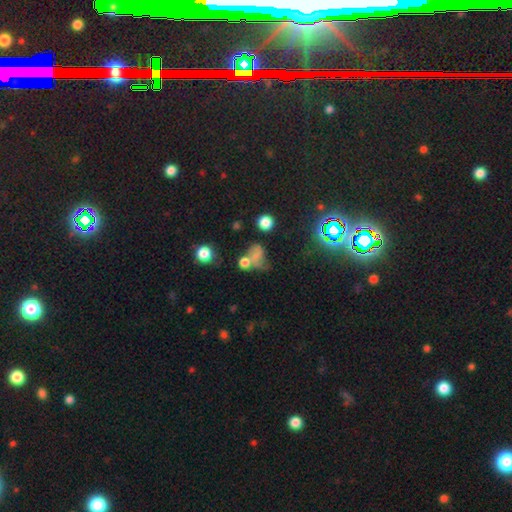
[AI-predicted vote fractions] Smooth or featured?
  - smooth: 51% *
  - star or artifact: 25%
  - featured or disk: 23%
How rounded?
  - in between: 53% *
  - round: 45%
  - cigar-shaped: 2%
Merging?
  - merger: 32% *
  - major disturbance: 27%
  - none: 25%
  - minor disturbance: 17%